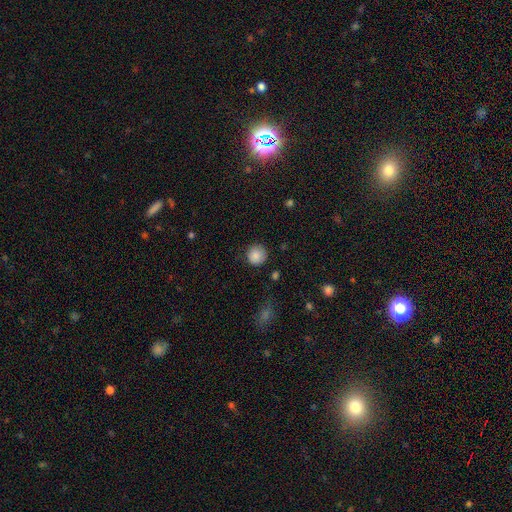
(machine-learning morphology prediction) A smooth galaxy with no disk features (87%) that is round (93%). Merging: none (84%).